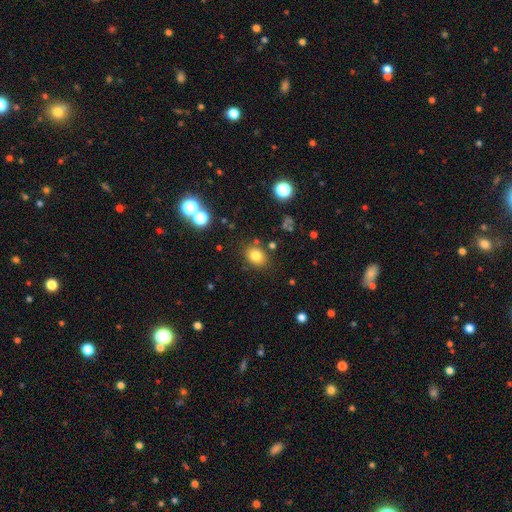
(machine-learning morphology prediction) This appears to be a smooth galaxy with no disk features (79%) that is in between round and cigar-shaped (54%). Merging: none (80%).